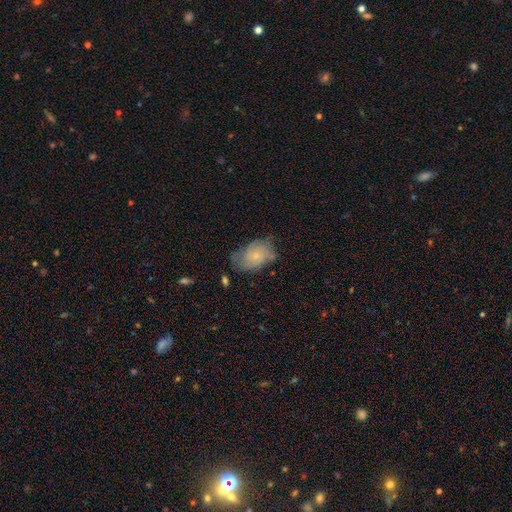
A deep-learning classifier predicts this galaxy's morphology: smooth_or_featured: smooth (p=0.55) [alt: featured or disk p=0.37]
how_rounded: in between (p=0.83) [alt: round p=0.16]
merging: none (p=0.51) [alt: minor disturbance p=0.33]